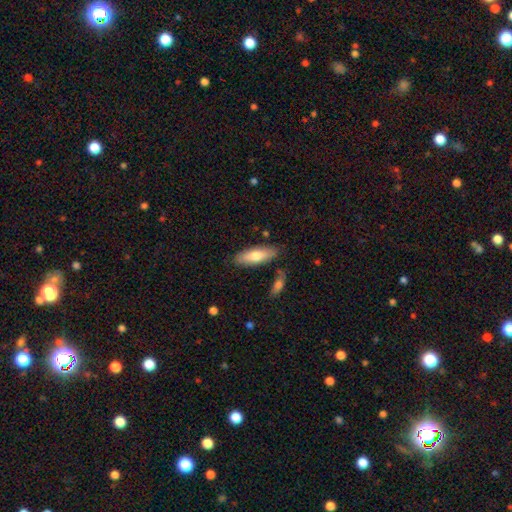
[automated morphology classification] smooth-or-featured: smooth: 70% | featured or disk: 24% | star or artifact: 6%
  how-rounded: in between: 60% | cigar-shaped: 38% | round: 2%
  merging: none: 81% | minor disturbance: 12% | merger: 4% | major disturbance: 3%